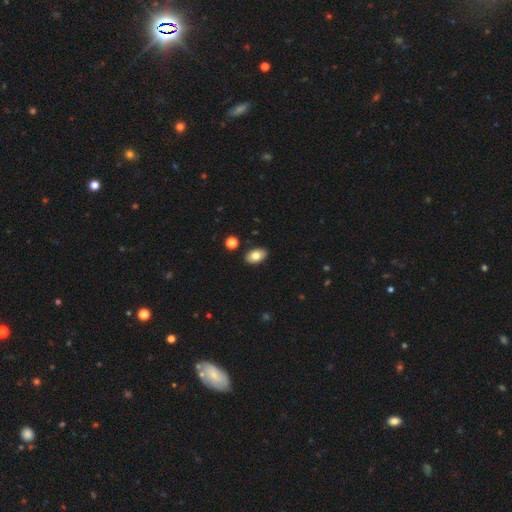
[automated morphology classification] Smooth or featured? smooth (78%)
How rounded? in between (92%)
Merging? none (88%)